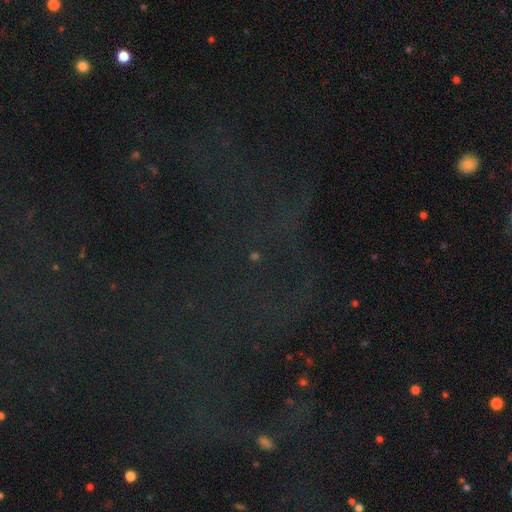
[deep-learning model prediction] This is likely a star or artifact rather than a galaxy (75%).